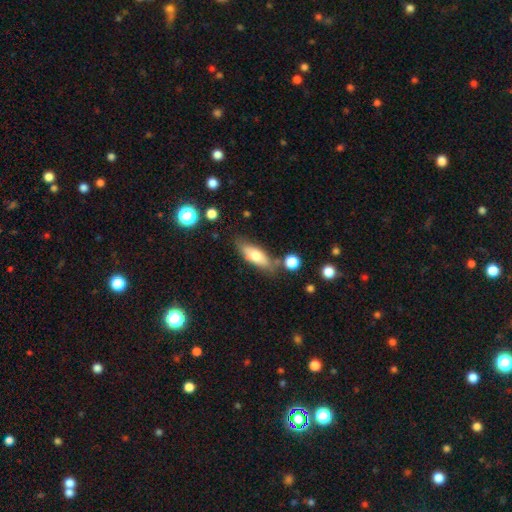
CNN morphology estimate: This appears to be a smooth galaxy with no disk features (67%) that is in between round and cigar-shaped (69%). Merging: none (68%).